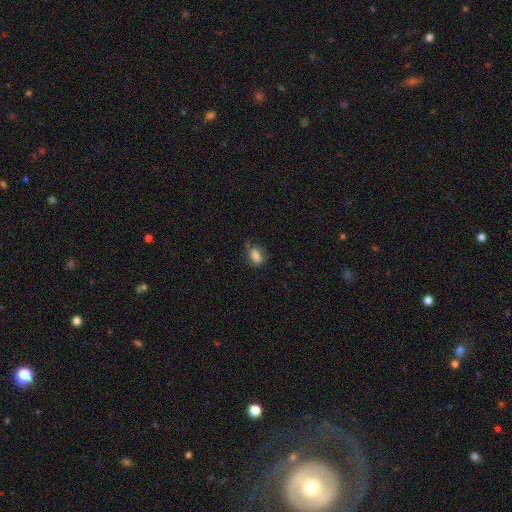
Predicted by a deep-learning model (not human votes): smooth_or_featured: smooth (p=0.81) [alt: featured or disk p=0.10]
how_rounded: in between (p=0.83) [alt: round p=0.12]
merging: none (p=0.61) [alt: minor disturbance p=0.27]